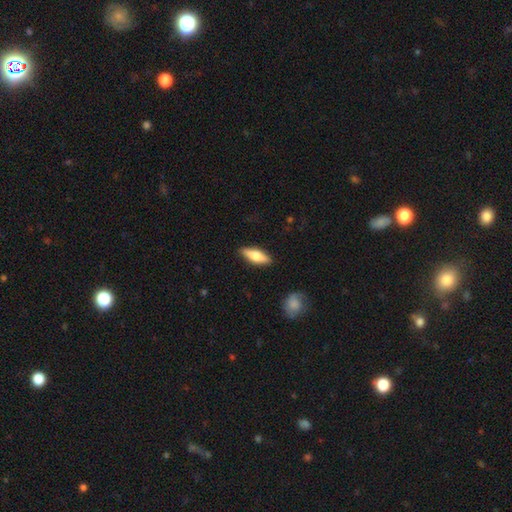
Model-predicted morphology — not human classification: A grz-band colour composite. It shows a smooth galaxy with no disk features (56%) that is in between round and cigar-shaped (49%). Merging: none (88%).